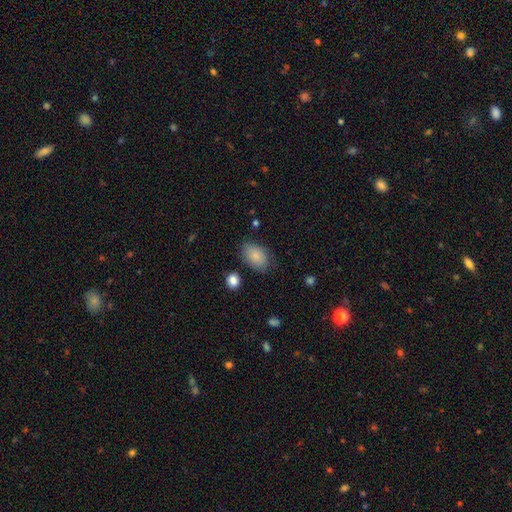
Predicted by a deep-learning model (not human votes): Smooth or featured?
  - smooth: 85% *
  - featured or disk: 8%
  - star or artifact: 7%
How rounded?
  - in between: 87% *
  - round: 12%
  - cigar-shaped: 1%
Merging?
  - none: 76% *
  - minor disturbance: 17%
  - major disturbance: 5%
  - merger: 3%